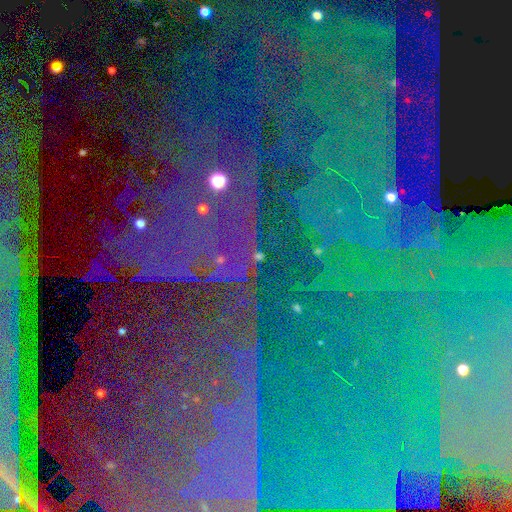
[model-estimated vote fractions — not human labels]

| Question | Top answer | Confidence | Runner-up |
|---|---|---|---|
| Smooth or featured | star or artifact | 86% | featured or disk (7%) |